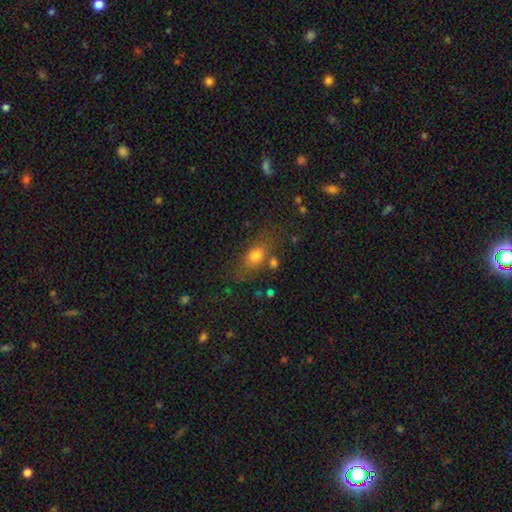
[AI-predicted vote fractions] smooth_or_featured: smooth (p=0.74) [alt: featured or disk p=0.15]
how_rounded: in between (p=0.68) [alt: round p=0.21]
merging: none (p=0.66) [alt: minor disturbance p=0.17]